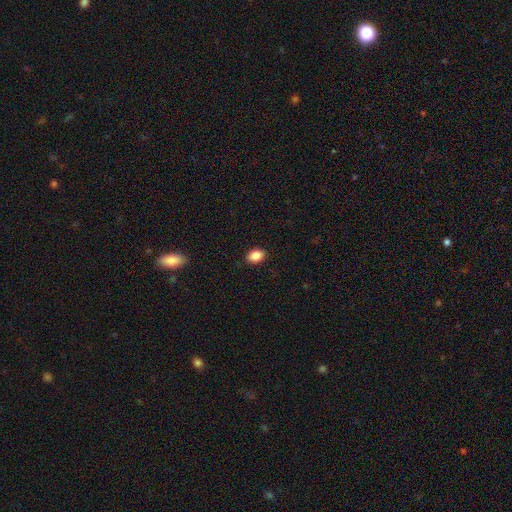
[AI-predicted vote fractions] This appears to be a smooth galaxy with no disk features (87%) that is in between round and cigar-shaped (78%). Merging: none (89%).